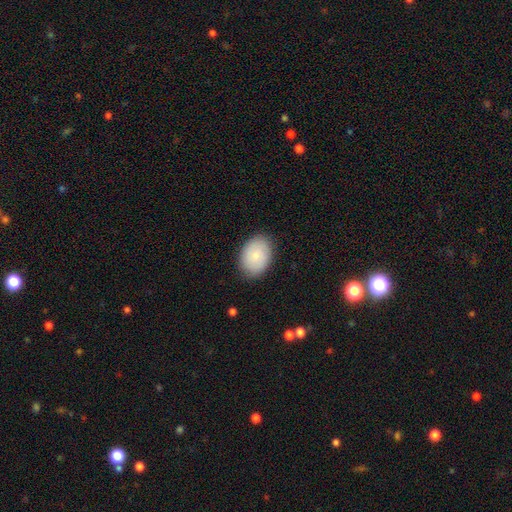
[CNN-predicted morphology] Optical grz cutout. It shows a smooth galaxy with no disk features (83%) that is in between round and cigar-shaped (77%). Merging: none (85%).